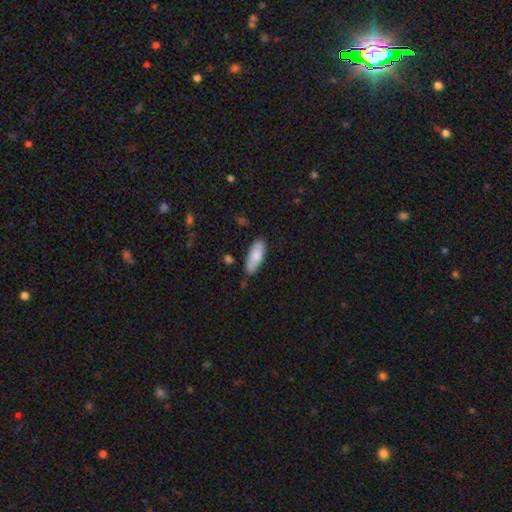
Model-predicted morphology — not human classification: Overall: smooth (82%). How rounded: in between (70%). Merging: none (80%).